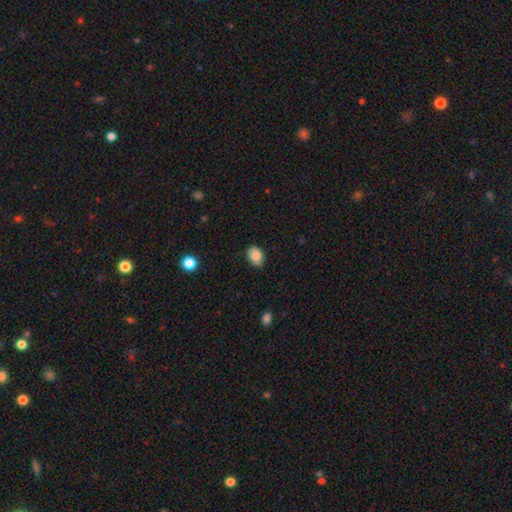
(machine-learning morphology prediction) A smooth galaxy with no disk features (84%) that is in between round and cigar-shaped (78%). Merging: none (77%).